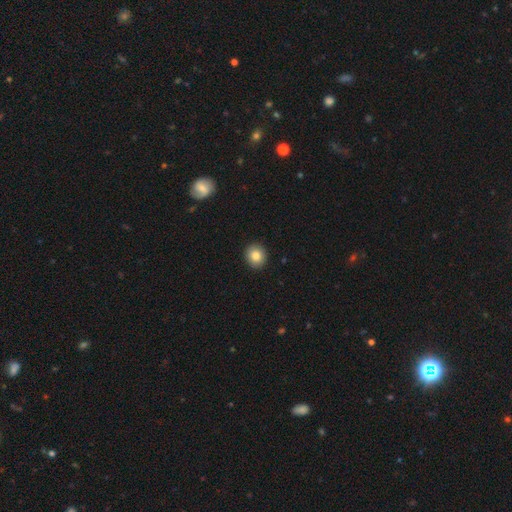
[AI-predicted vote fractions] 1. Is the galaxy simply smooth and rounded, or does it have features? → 84% smooth, 9% star or artifact, 7% featured or disk.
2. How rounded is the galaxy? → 85% round, 14% in between, 1% cigar-shaped.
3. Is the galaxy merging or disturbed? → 92% none, 6% minor disturbance, 2% major disturbance, 1% merger.